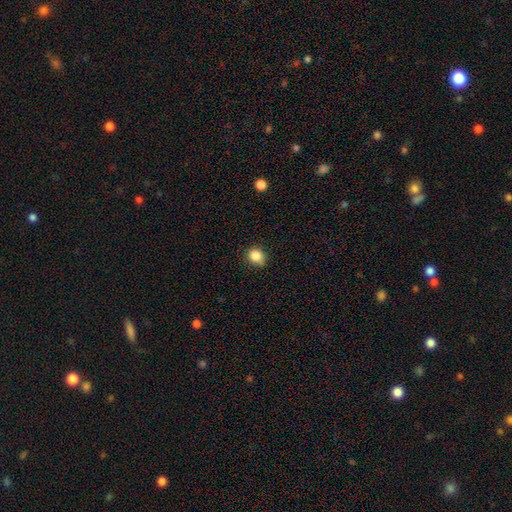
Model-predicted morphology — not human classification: The model was most divided on "how rounded": round: 73%, in between: 26%, cigar-shaped: 1%. More confident: smooth or featured — smooth (84%); merging — none (77%).